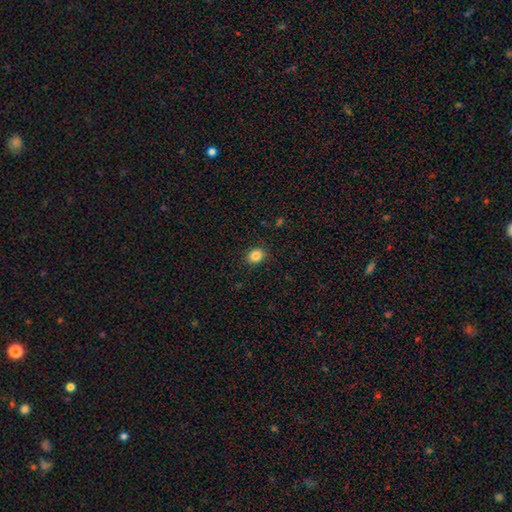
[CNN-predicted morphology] A smooth galaxy with no disk features (85%) that is round (57%). Merging: none (89%).